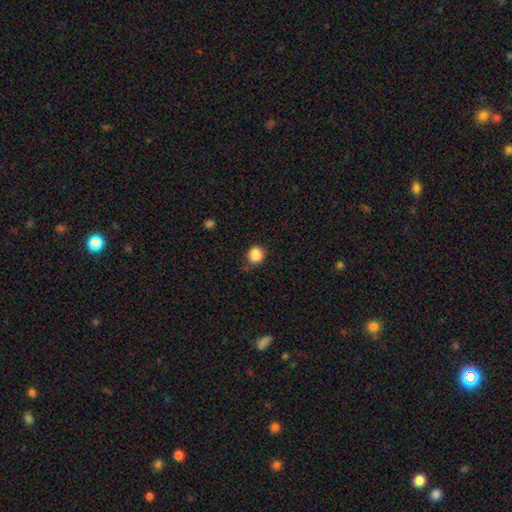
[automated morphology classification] This appears to be a smooth galaxy with no disk features (87%) that is round (90%). Merging: none (84%).